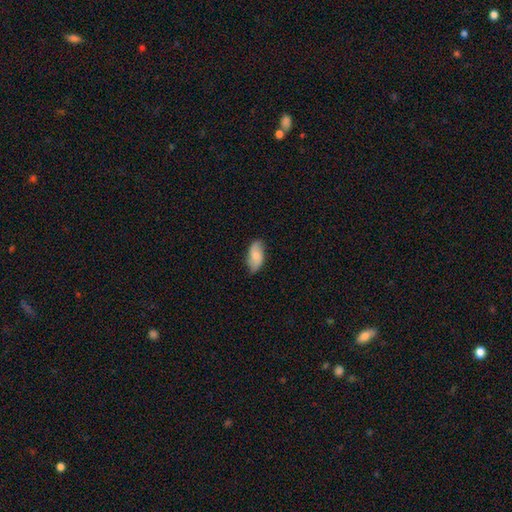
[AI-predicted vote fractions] smooth-or-featured: smooth: 67% | featured or disk: 26% | star or artifact: 7%
  how-rounded: in between: 92% | cigar-shaped: 5% | round: 3%
  merging: none: 78% | minor disturbance: 18% | major disturbance: 3% | merger: 1%